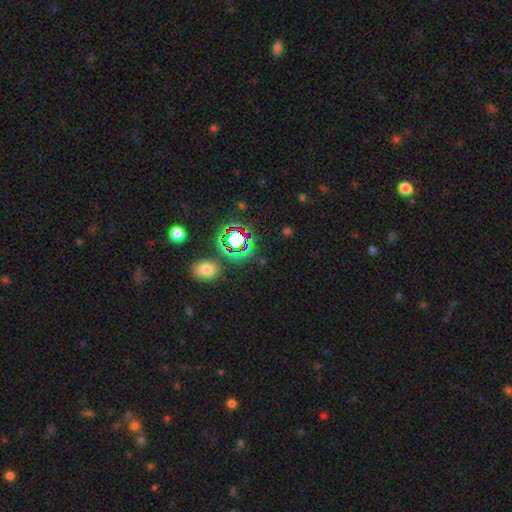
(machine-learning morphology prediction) Smooth or featured?
  - star or artifact: 71% *
  - smooth: 19%
  - featured or disk: 9%